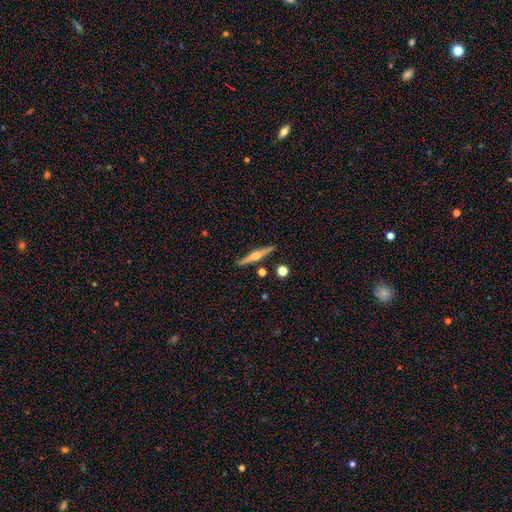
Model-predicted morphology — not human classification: Smooth or featured? featured or disk (70%)
Edge-on disk? yes (98%)
Edge-on bulge? rounded (90%)
Merging? none (88%)